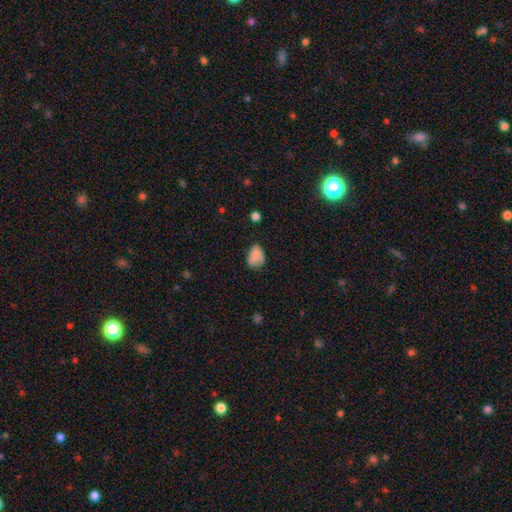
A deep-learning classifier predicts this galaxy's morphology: Q: Smooth or featured?
A: smooth (81%); runner-up: star or artifact (10%)
Q: How rounded?
A: in between (80%); runner-up: round (19%)
Q: Merging?
A: none (55%); runner-up: minor disturbance (33%)